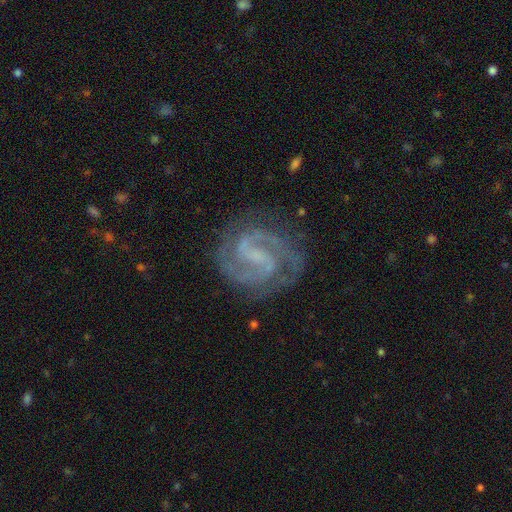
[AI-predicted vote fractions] Smooth or featured?
  - featured or disk: 91% *
  - star or artifact: 5%
  - smooth: 4%
Edge-on disk?
  - no: 98% *
  - yes: 2%
Bar?
  - weak: 51% *
  - strong: 28%
  - no: 22%
Spiral arms?
  - yes: 98% *
  - no: 2%
Spiral winding?
  - medium: 53% *
  - tight: 39%
  - loose: 9%
Spiral arm count?
  - 2: 89% *
  - 3: 4%
  - can't tell: 3%
  - 1: 2%
  - 4: 1%
  - more than 4: 1%
Bulge size?
  - small: 50% *
  - none: 38%
  - moderate: 10%
  - large: 1%
  - dominant: 1%
Merging?
  - none: 80% *
  - minor disturbance: 13%
  - major disturbance: 5%
  - merger: 1%